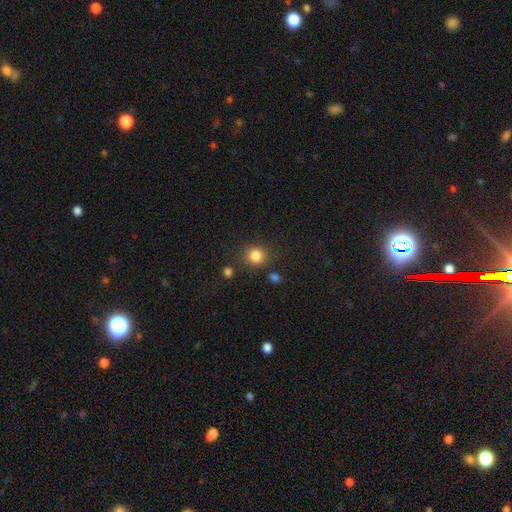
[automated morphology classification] This appears to be a smooth galaxy with no disk features (84%) that is round (85%). Merging: none (82%).